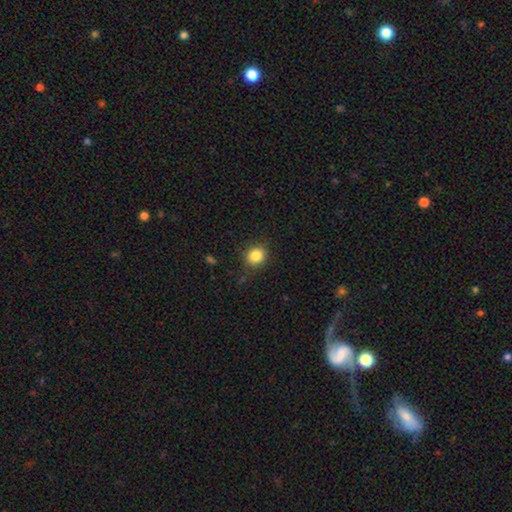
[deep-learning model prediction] smooth 84%, star or artifact 11%, featured or disk 5%. Down the decision tree: how rounded — round (76%); merging — none (84%).